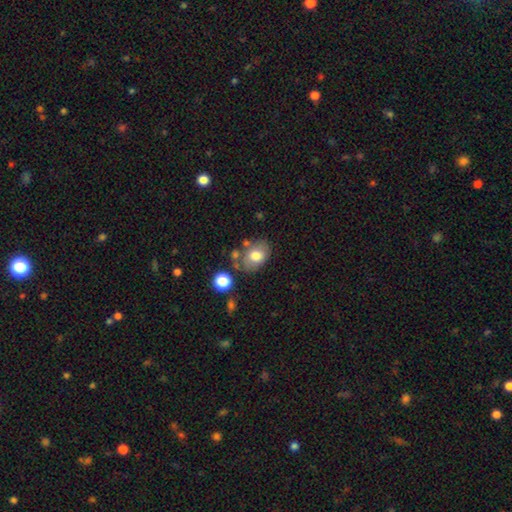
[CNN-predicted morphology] smooth-or-featured: smooth: 73% | featured or disk: 18% | star or artifact: 9%
  how-rounded: in between: 69% | round: 30% | cigar-shaped: 1%
  merging: none: 65% | minor disturbance: 18% | merger: 11% | major disturbance: 6%